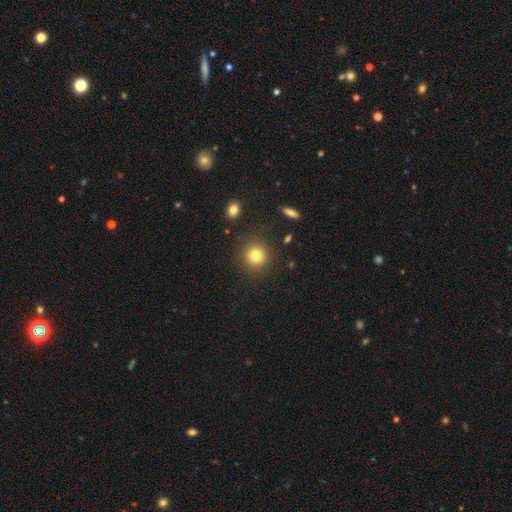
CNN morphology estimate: Smooth or featured: smooth — 81% (star or artifact — 12%)
How rounded: round — 92% (in between — 7%)
Merging: none — 87% (minor disturbance — 7%)